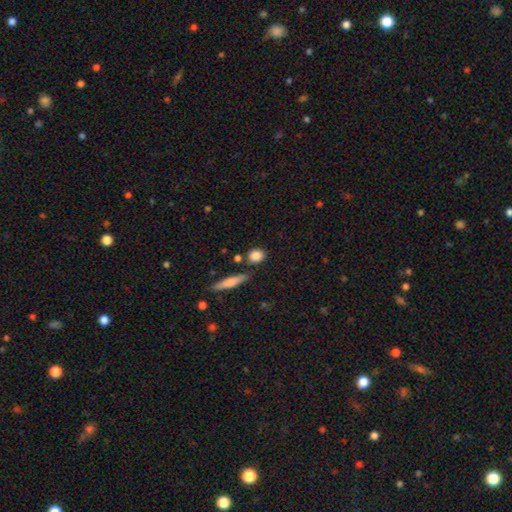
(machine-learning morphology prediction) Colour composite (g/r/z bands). It shows a smooth galaxy with no disk features (85%) that is round (72%). Merging: none (78%).